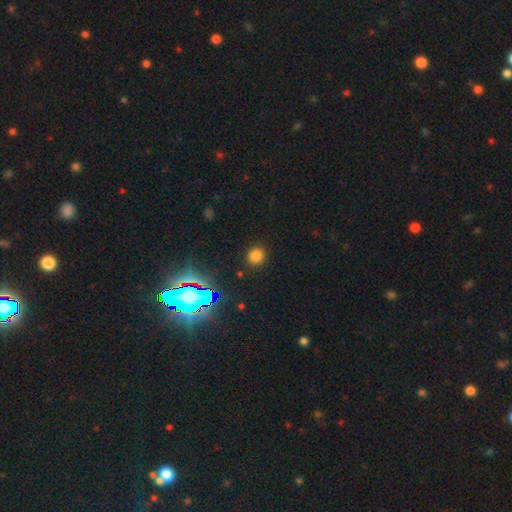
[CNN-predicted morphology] Overall: smooth (74%). How rounded: round (86%). Merging: none (89%).